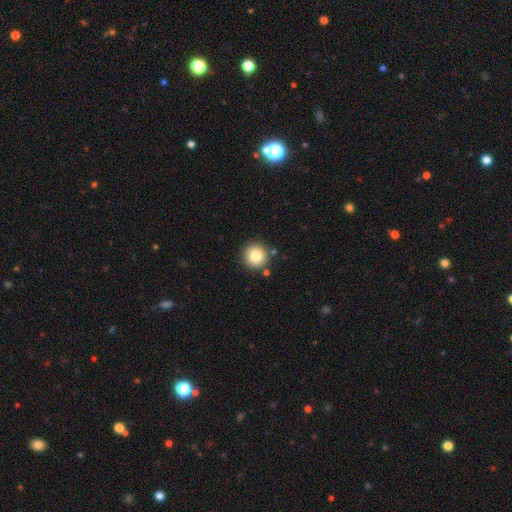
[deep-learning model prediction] Morphology: type=smooth (81%); roundness=round (95%); merging=none (86%).